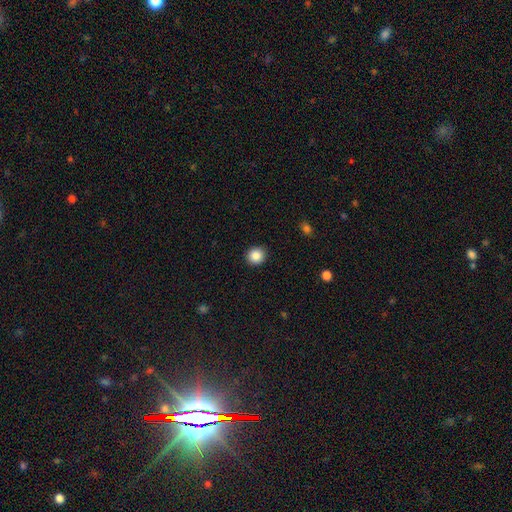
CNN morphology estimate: This is clearly a smooth galaxy (87%). How rounded: clearly round (90%). Merging: clearly none (92%).